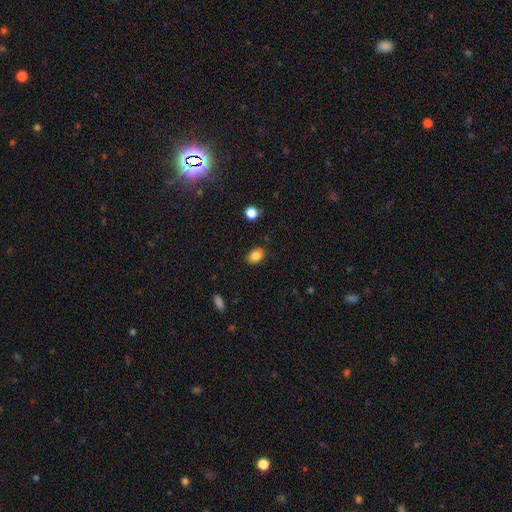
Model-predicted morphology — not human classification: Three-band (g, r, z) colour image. It shows a smooth galaxy with no disk features (84%) that is in between round and cigar-shaped (74%). Merging: none (85%).